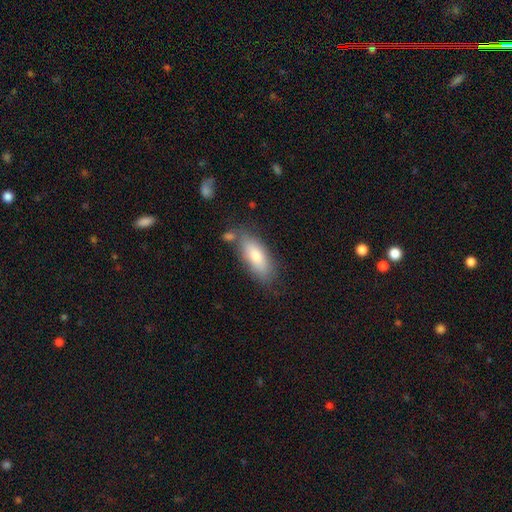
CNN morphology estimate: Overall: smooth (76%). How rounded: in between (77%). Merging: none (71%).